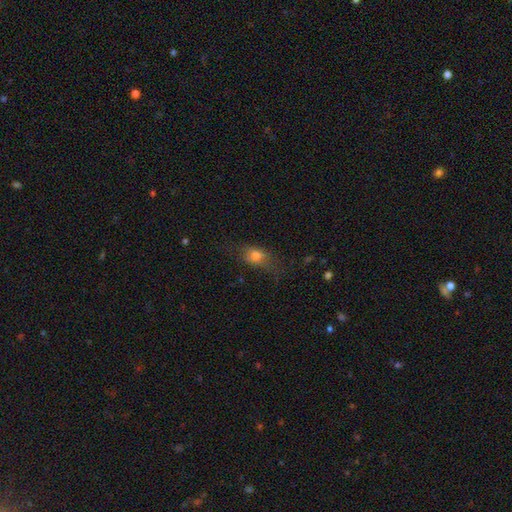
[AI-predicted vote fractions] Smooth or featured?
  - smooth: 65% *
  - featured or disk: 22%
  - star or artifact: 13%
How rounded?
  - in between: 72% *
  - round: 17%
  - cigar-shaped: 11%
Merging?
  - none: 56% *
  - minor disturbance: 25%
  - major disturbance: 17%
  - merger: 2%